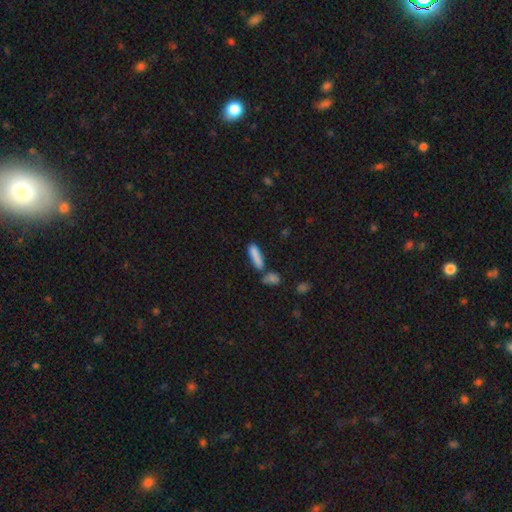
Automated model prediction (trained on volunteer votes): Smooth or featured?
  - smooth: 82% *
  - featured or disk: 9%
  - star or artifact: 8%
How rounded?
  - cigar-shaped: 68% *
  - in between: 29%
  - round: 2%
Merging?
  - none: 54% *
  - merger: 25%
  - minor disturbance: 15%
  - major disturbance: 5%